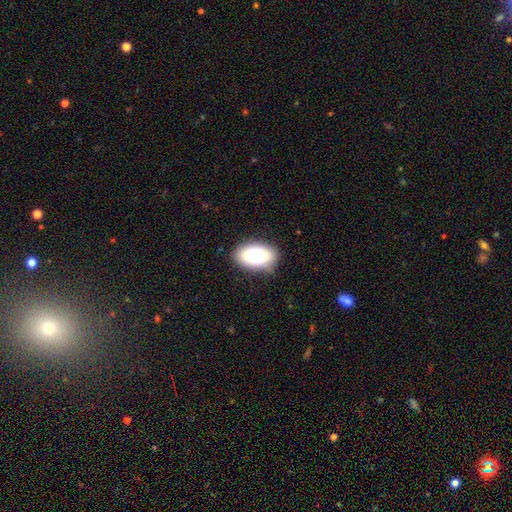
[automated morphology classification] Smooth or featured? smooth (76%)
How rounded? in between (93%)
Merging? none (82%)